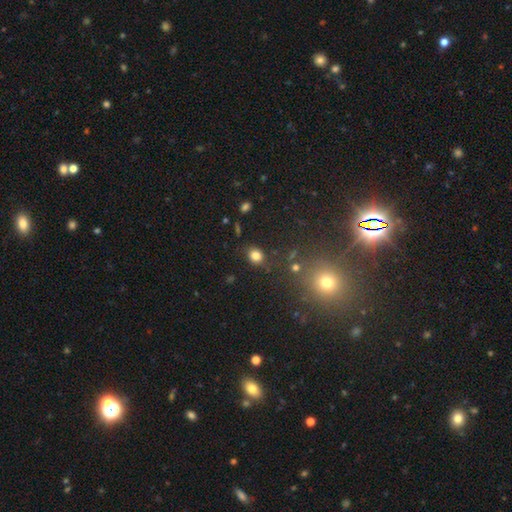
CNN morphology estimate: A smooth galaxy with no disk features (81%) that is round (59%).

Vote fractions:
- Smooth or featured? smooth: 81% / star or artifact: 13% / featured or disk: 6%
- How rounded? round: 59% / in between: 40% / cigar-shaped: 1%
- Merging? none: 77% / minor disturbance: 15% / major disturbance: 4% / merger: 4%